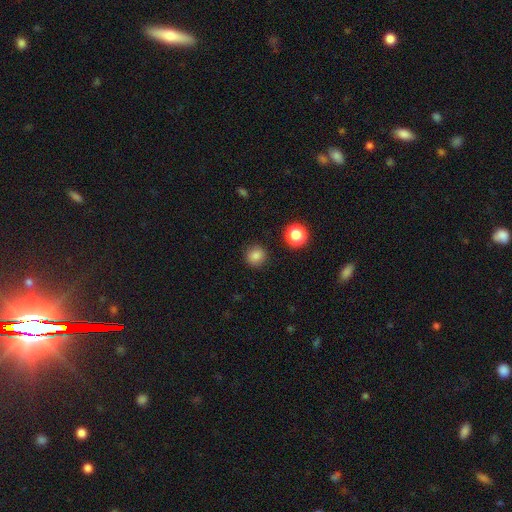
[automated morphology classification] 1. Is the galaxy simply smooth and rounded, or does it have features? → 83% smooth, 13% star or artifact, 4% featured or disk.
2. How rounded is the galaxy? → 93% round, 6% in between, 1% cigar-shaped.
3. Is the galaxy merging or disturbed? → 90% none, 6% minor disturbance, 2% major disturbance, 2% merger.